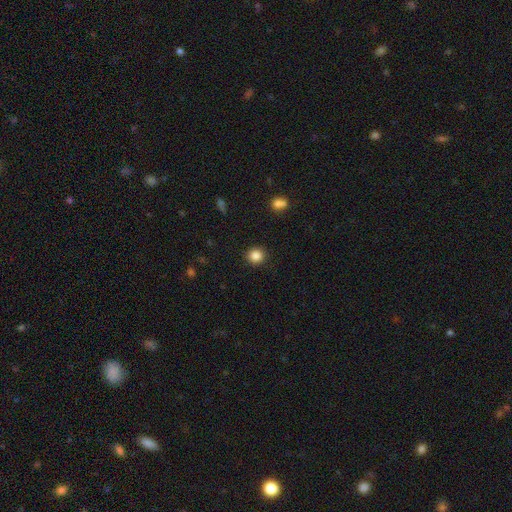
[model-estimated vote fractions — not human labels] Smooth or featured? Predicted: smooth (p=0.86). How rounded? Predicted: round (p=0.89). Merging? Predicted: none (p=0.91).